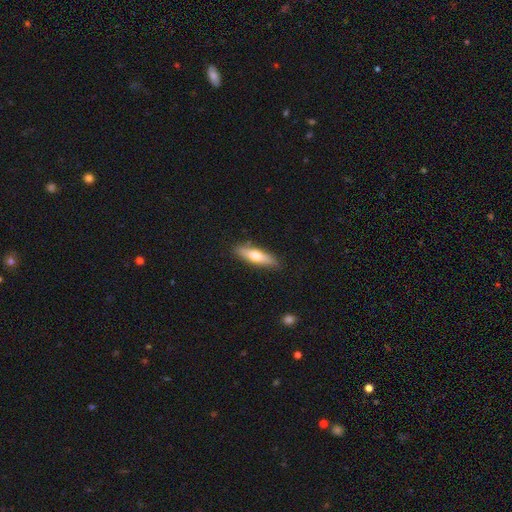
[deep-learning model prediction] smooth_or_featured: smooth (p=0.58) [alt: featured or disk p=0.37]
how_rounded: cigar-shaped (p=0.68) [alt: in between p=0.30]
merging: none (p=0.86) [alt: minor disturbance p=0.10]